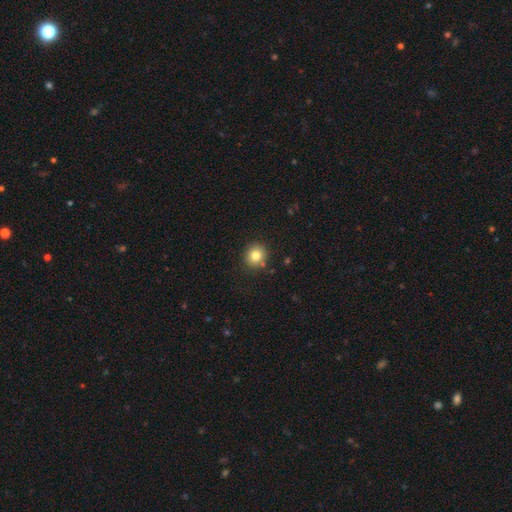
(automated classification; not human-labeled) This appears to be a smooth galaxy with no disk features (81%) that is round (86%). Merging: none (85%).